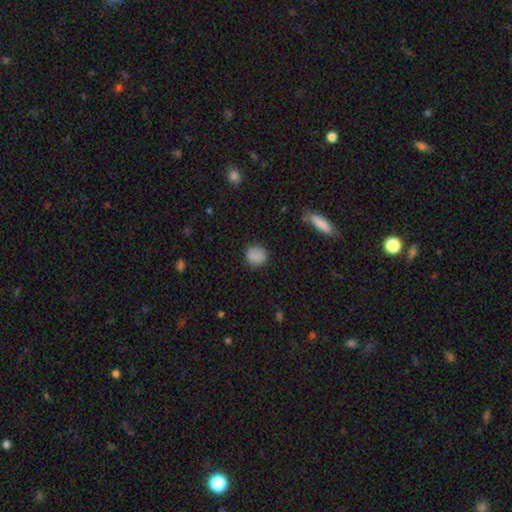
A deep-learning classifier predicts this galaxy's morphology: A smooth galaxy with no disk features (88%) that is round (84%). Merging: none (87%).